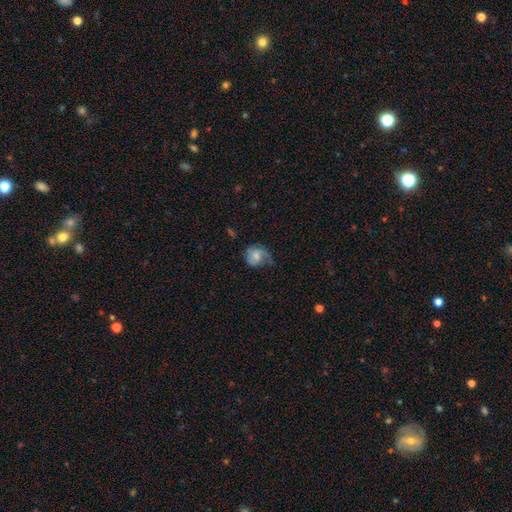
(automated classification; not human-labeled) Morphology: type=smooth (48%); merging=none (41%).